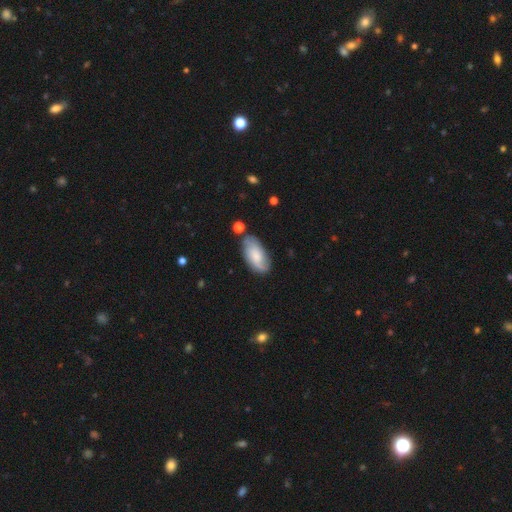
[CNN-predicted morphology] Smooth or featured? Predicted: smooth (p=0.52). How rounded? Predicted: in between (p=0.91). Merging? Predicted: none (p=0.70).